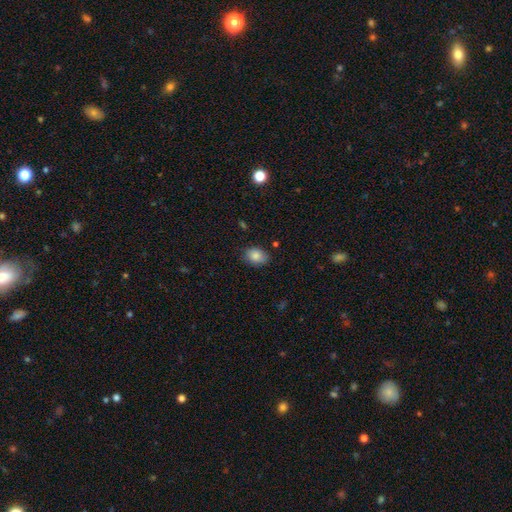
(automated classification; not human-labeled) smooth 84%, star or artifact 9%, featured or disk 8%. Down the decision tree: how rounded — in between (68%); merging — none (78%).